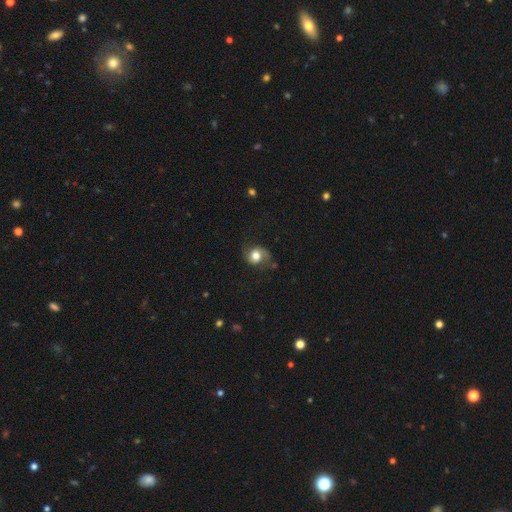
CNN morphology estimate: type=smooth (53%); roundness=round (66%); merging=none (62%).